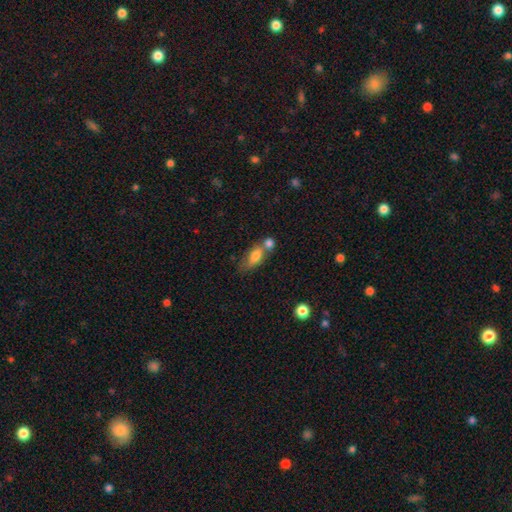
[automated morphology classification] This appears to be a smooth galaxy with no disk features (75%) that is in between round and cigar-shaped (77%). Merging: merger (47%).